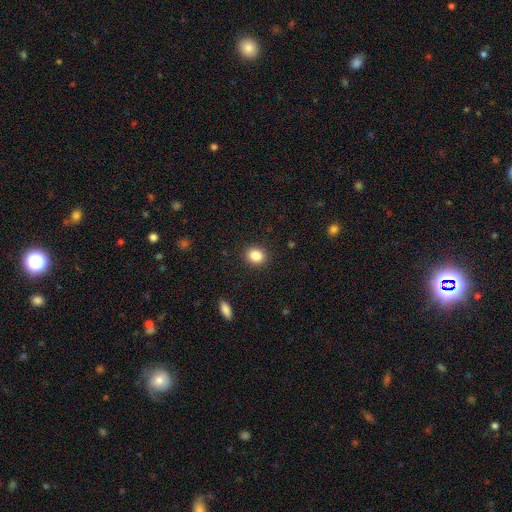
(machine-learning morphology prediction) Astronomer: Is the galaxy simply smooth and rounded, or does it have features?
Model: smooth — 86%.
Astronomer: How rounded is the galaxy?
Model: round — 65%.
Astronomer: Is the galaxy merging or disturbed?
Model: none — 90%.